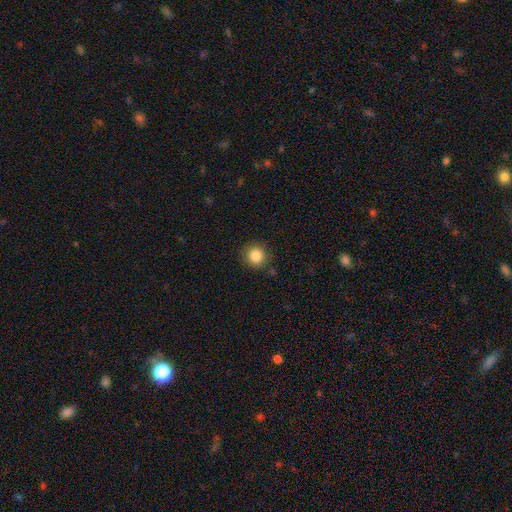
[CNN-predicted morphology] Smooth or featured: smooth — 86% (star or artifact — 10%)
How rounded: round — 92% (in between — 7%)
Merging: none — 86% (minor disturbance — 9%)